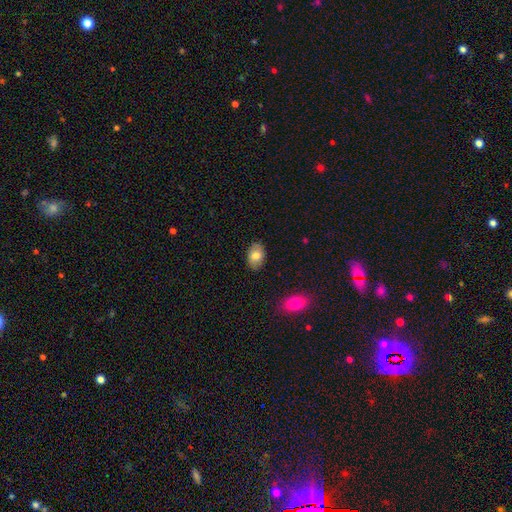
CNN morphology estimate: The model was most divided on "smooth or featured": smooth: 78%, featured or disk: 15%, star or artifact: 7%. More confident: how rounded — in between (88%); merging — none (86%).